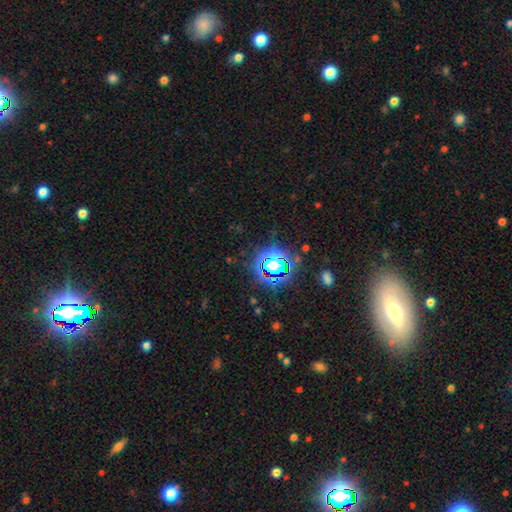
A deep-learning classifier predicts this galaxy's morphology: This appears to be a star or artifact, not a galaxy (70%).